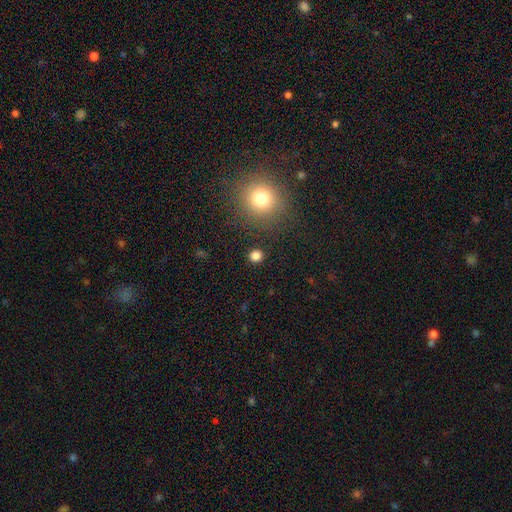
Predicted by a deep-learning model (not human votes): Overall: smooth (81%). How rounded: round (88%). Merging: none (90%).